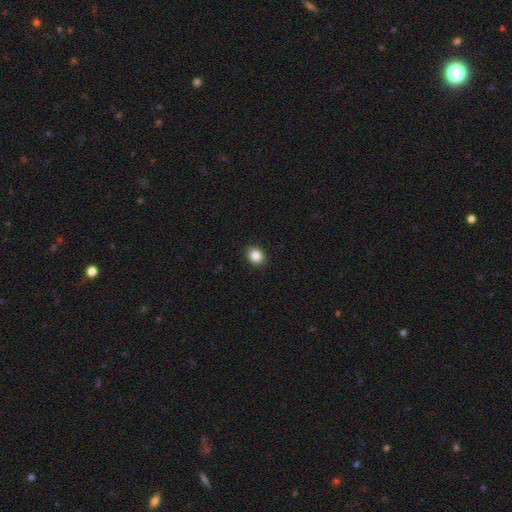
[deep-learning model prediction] A smooth galaxy with no disk features (86%) that is round (52%). Merging: none (91%).